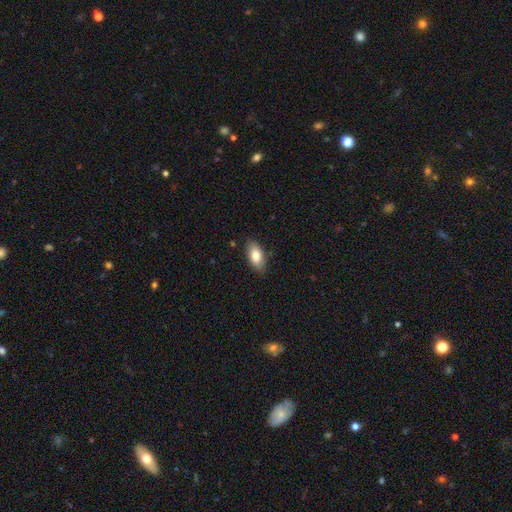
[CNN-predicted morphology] smooth-or-featured: smooth: 81% | featured or disk: 12% | star or artifact: 7%
  how-rounded: in between: 91% | cigar-shaped: 5% | round: 4%
  merging: none: 85% | minor disturbance: 11% | major disturbance: 2% | merger: 1%